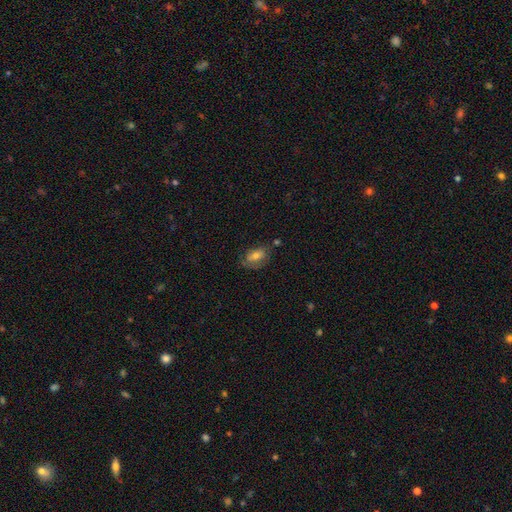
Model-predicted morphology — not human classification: A smooth galaxy with no disk features (57%) that is in between round and cigar-shaped (84%).

Vote fractions:
- Smooth or featured? smooth: 57% / featured or disk: 32% / star or artifact: 11%
- How rounded? in between: 84% / round: 13% / cigar-shaped: 3%
- Merging? none: 62% / minor disturbance: 24% / major disturbance: 10% / merger: 4%